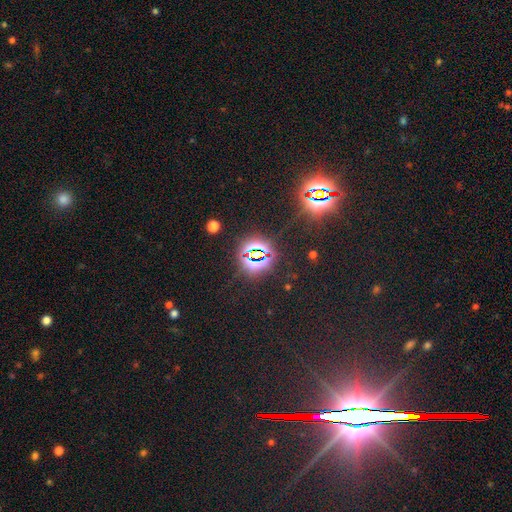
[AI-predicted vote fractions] Smooth or featured? Predicted: star or artifact (p=0.79).